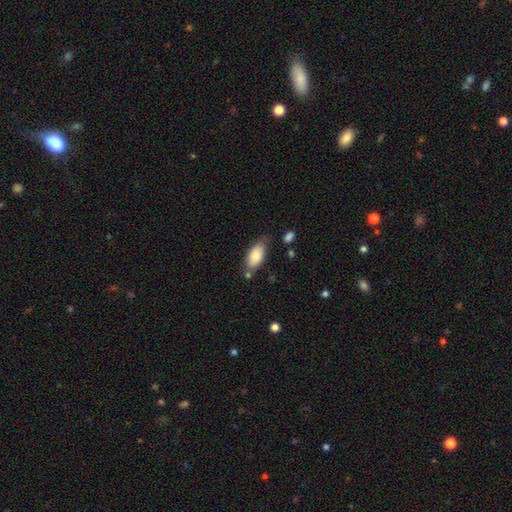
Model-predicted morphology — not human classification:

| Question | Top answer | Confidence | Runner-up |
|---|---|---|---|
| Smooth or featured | smooth | 83% | featured or disk (11%) |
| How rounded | in between | 91% | cigar-shaped (7%) |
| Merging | none | 65% | minor disturbance (22%) |